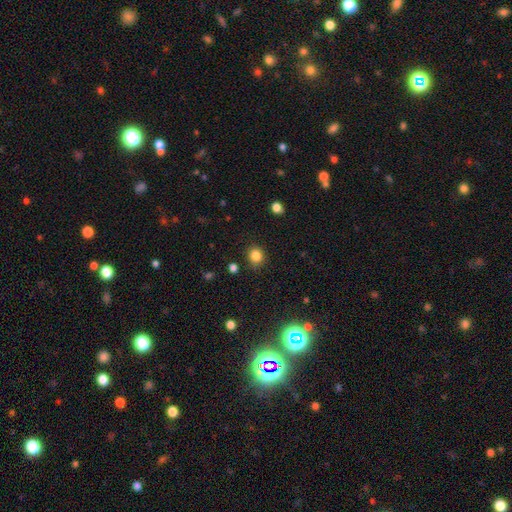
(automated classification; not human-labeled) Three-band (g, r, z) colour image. It shows a smooth galaxy with no disk features (84%) that is round (83%). Merging: none (86%).